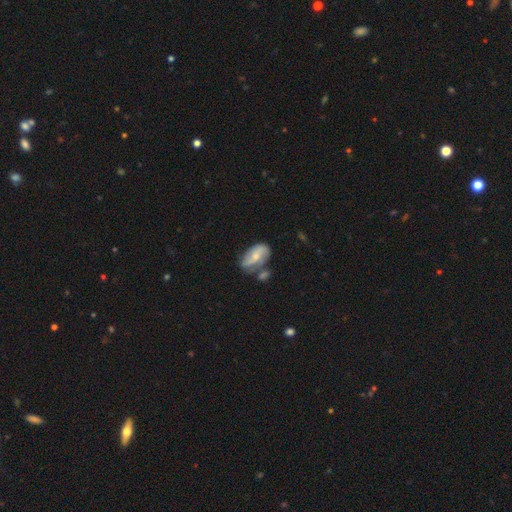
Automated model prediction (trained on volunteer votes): Morphology: type=featured or disk (55%); edge-on=no (94%); bar=no (54%); spiral arms=yes (78%); bulge=small (54%); merging=none (41%).